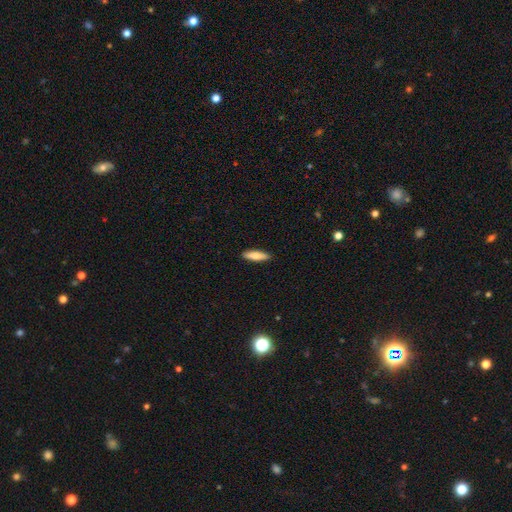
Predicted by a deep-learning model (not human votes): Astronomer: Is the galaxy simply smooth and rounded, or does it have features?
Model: smooth — 71%.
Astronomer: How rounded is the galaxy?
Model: cigar-shaped — 66%.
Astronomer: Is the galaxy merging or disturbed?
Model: none — 91%.